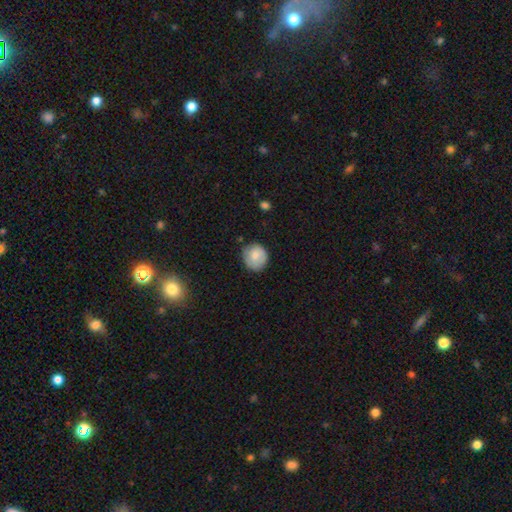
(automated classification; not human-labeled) Q: Smooth or featured?
A: smooth (78%); runner-up: featured or disk (15%)
Q: How rounded?
A: round (85%); runner-up: in between (14%)
Q: Merging?
A: none (76%); runner-up: minor disturbance (19%)